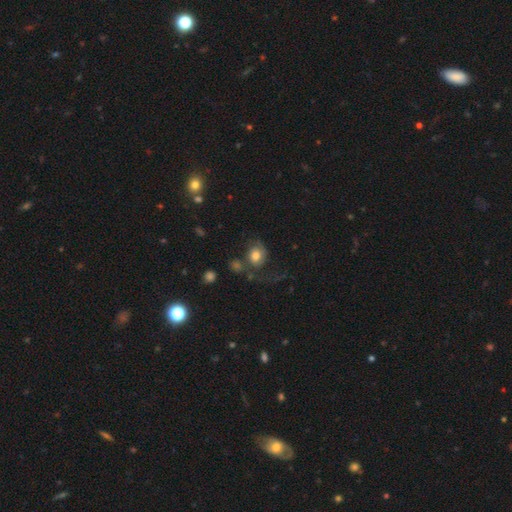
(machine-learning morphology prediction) Smooth or featured: smooth — 69% (featured or disk — 21%)
How rounded: round — 62% (in between — 37%)
Merging: none — 39% (major disturbance — 30%)